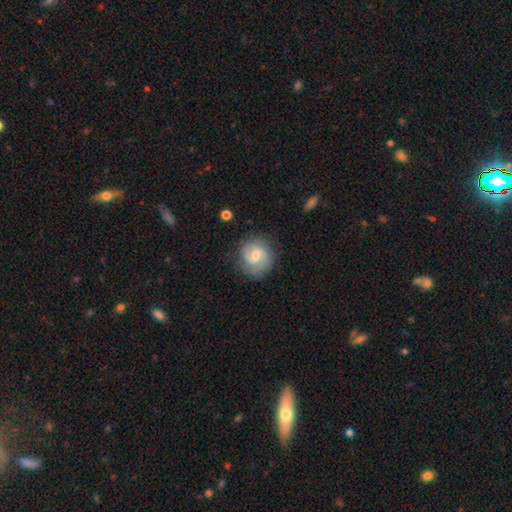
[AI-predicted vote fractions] smooth_or_featured: featured or disk (p=0.72) [alt: smooth p=0.22]
disk_edge_on: no (p=0.98) [alt: yes p=0.02]
bar: weak (p=0.55) [alt: no p=0.36]
has_spiral_arms: yes (p=0.94) [alt: no p=0.06]
spiral_winding: medium (p=0.47) [alt: tight p=0.33]
spiral_arm_count: 2 (p=0.79) [alt: can't tell p=0.09]
bulge_size: small (p=0.55) [alt: moderate p=0.37]
merging: none (p=0.80) [alt: minor disturbance p=0.14]